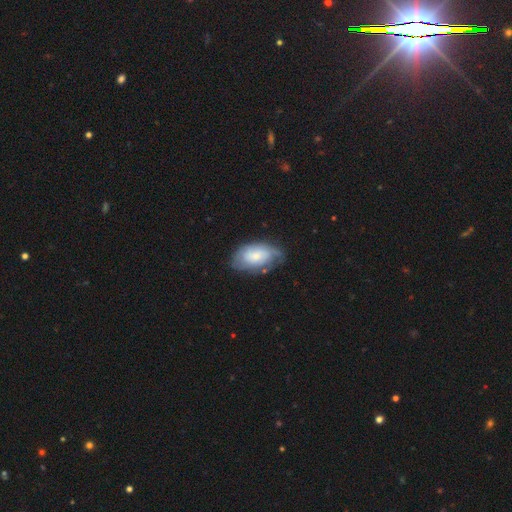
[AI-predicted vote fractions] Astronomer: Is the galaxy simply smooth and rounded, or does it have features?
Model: smooth — 49% (runner-up: featured or disk, 45%).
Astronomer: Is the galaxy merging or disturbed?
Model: none — 57%.